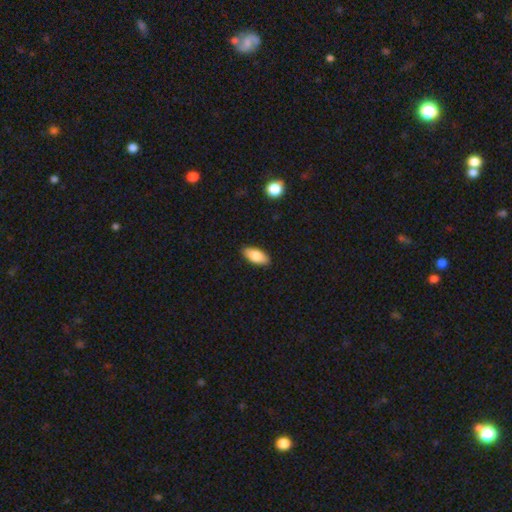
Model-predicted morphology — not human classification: smooth 83%, featured or disk 11%, star or artifact 6%. Down the decision tree: how rounded — in between (89%); merging — none (88%).